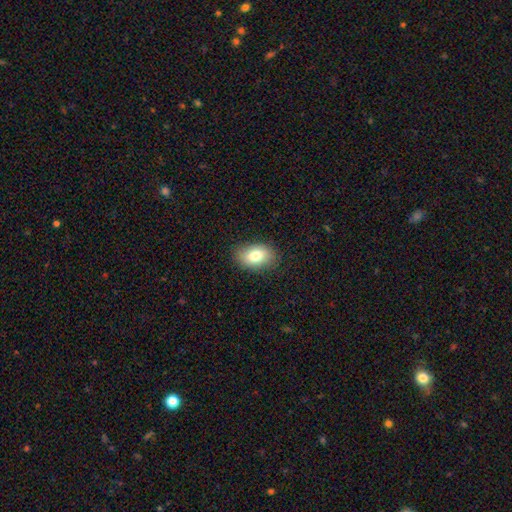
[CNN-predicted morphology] Q: Smooth or featured?
A: smooth (79%); runner-up: featured or disk (12%)
Q: How rounded?
A: in between (87%); runner-up: round (11%)
Q: Merging?
A: none (85%); runner-up: minor disturbance (11%)